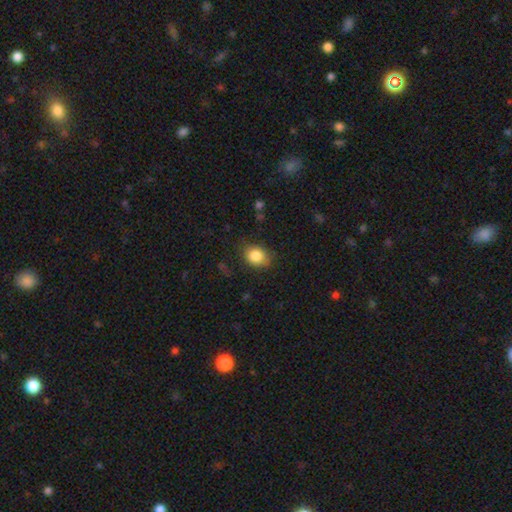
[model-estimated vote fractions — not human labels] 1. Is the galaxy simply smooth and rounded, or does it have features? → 85% smooth, 8% star or artifact, 6% featured or disk.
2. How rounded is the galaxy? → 59% in between, 39% round, 1% cigar-shaped.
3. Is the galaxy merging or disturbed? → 77% none, 17% minor disturbance, 4% major disturbance, 1% merger.